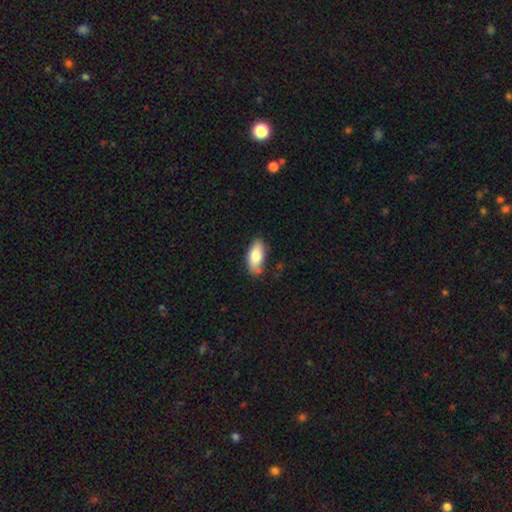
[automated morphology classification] This appears to be a smooth galaxy with no disk features (76%) that is in between round and cigar-shaped (88%). Merging: none (72%).